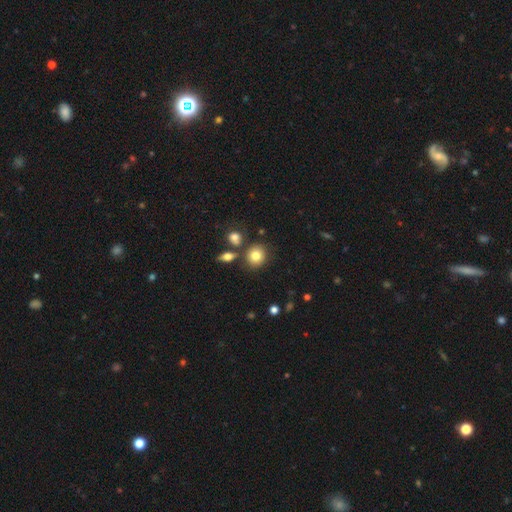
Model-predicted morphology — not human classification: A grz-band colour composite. It shows a smooth galaxy with no disk features (81%) that is round (79%). Merging: none (75%).